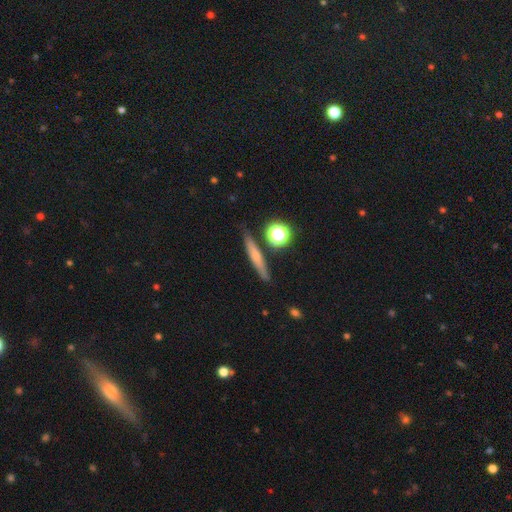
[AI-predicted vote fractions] Q: Smooth or featured?
A: smooth (54%); runner-up: featured or disk (35%)
Q: How rounded?
A: cigar-shaped (82%); runner-up: in between (10%)
Q: Merging?
A: none (83%); runner-up: minor disturbance (10%)